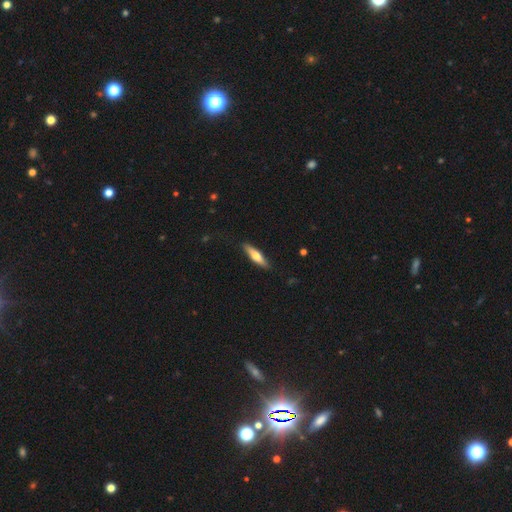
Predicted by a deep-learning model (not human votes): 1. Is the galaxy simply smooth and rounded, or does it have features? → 57% smooth, 38% featured or disk, 5% star or artifact.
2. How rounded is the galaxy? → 73% cigar-shaped, 26% in between, 2% round.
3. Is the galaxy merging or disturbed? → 86% none, 10% minor disturbance, 2% major disturbance, 1% merger.